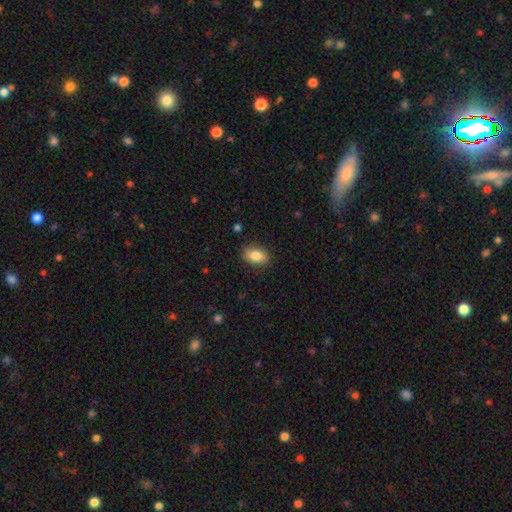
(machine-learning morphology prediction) Smooth or featured: smooth — 85% (featured or disk — 8%)
How rounded: in between — 87% (round — 11%)
Merging: none — 87% (minor disturbance — 10%)